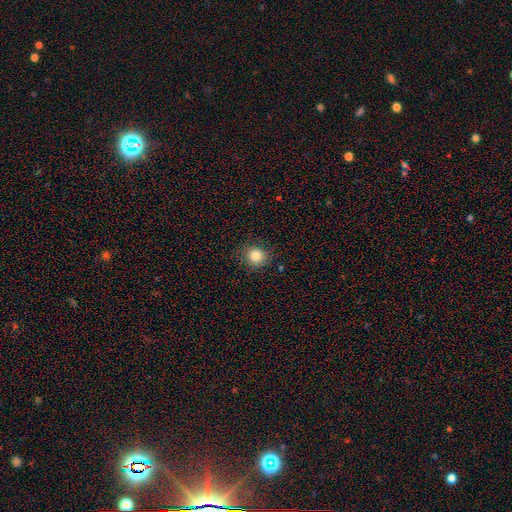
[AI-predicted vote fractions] A smooth galaxy with no disk features (83%) that is round (88%).

Vote fractions:
- Smooth or featured? smooth: 83% / star or artifact: 11% / featured or disk: 5%
- How rounded? round: 88% / in between: 12% / cigar-shaped: 1%
- Merging? none: 86% / minor disturbance: 10% / major disturbance: 3% / merger: 1%